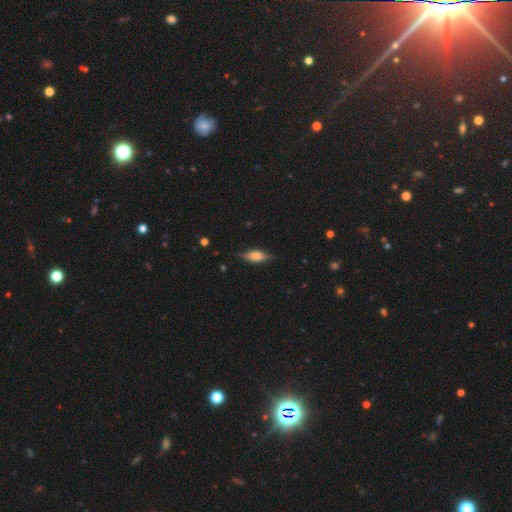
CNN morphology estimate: smooth_or_featured: smooth (p=0.55) [alt: featured or disk p=0.38]
how_rounded: in between (p=0.69) [alt: cigar-shaped p=0.27]
merging: none (p=0.79) [alt: minor disturbance p=0.16]